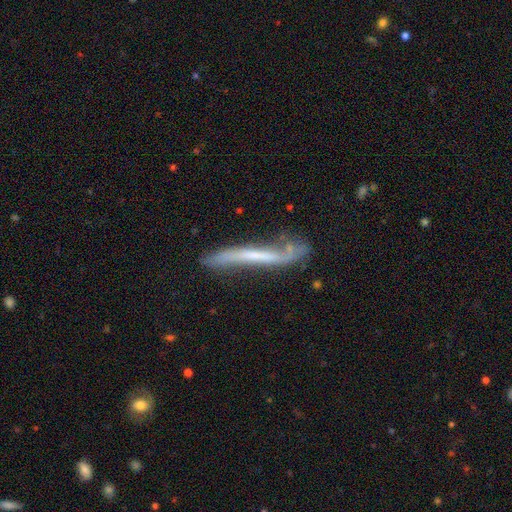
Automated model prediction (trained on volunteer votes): Smooth or featured?
  - featured or disk: 62% *
  - smooth: 31%
  - star or artifact: 7%
Edge-on disk?
  - yes: 70% *
  - no: 30%
Merging?
  - none: 50% *
  - minor disturbance: 29%
  - major disturbance: 15%
  - merger: 7%